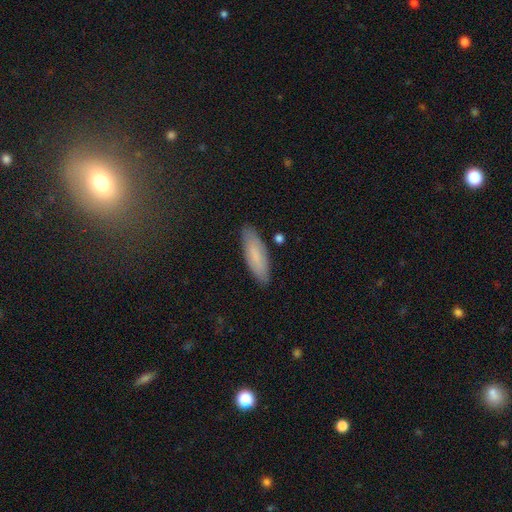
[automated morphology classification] Smooth or featured? smooth (80%)
How rounded? in between (52%)
Merging? none (85%)